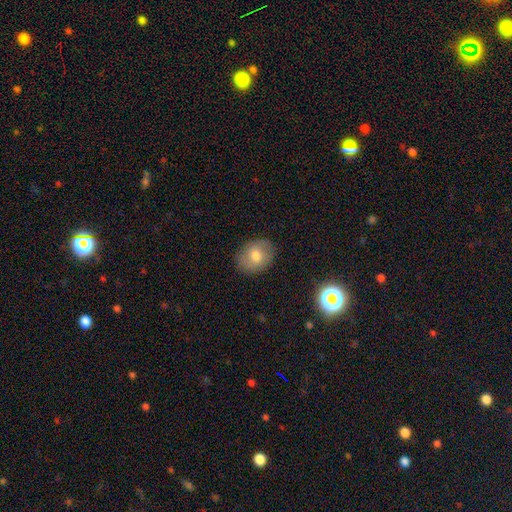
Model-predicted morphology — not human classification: Smooth or featured?
  - smooth: 74% *
  - featured or disk: 17%
  - star or artifact: 8%
How rounded?
  - in between: 57% *
  - round: 42%
  - cigar-shaped: 1%
Merging?
  - none: 85% *
  - minor disturbance: 11%
  - major disturbance: 3%
  - merger: 1%